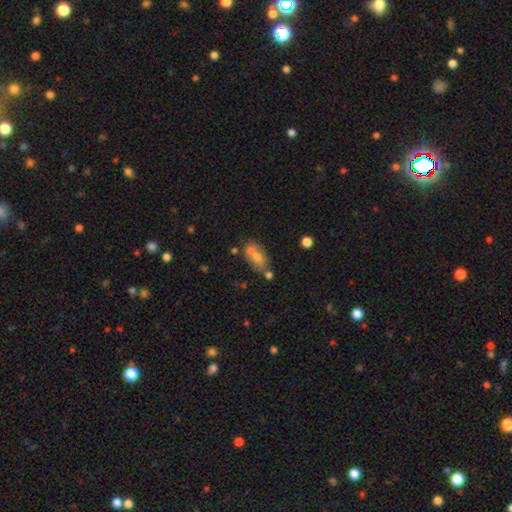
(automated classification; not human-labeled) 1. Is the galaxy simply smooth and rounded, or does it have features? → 69% smooth, 22% featured or disk, 9% star or artifact.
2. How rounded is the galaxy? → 83% in between, 12% cigar-shaped, 5% round.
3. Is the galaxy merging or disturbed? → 56% none, 19% merger, 19% minor disturbance, 7% major disturbance.